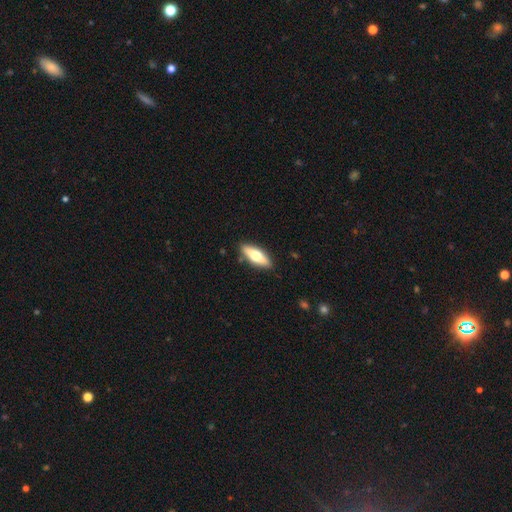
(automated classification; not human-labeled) Smooth or featured? Predicted: smooth (p=0.55). How rounded? Predicted: in between (p=0.59). Merging? Predicted: none (p=0.88).